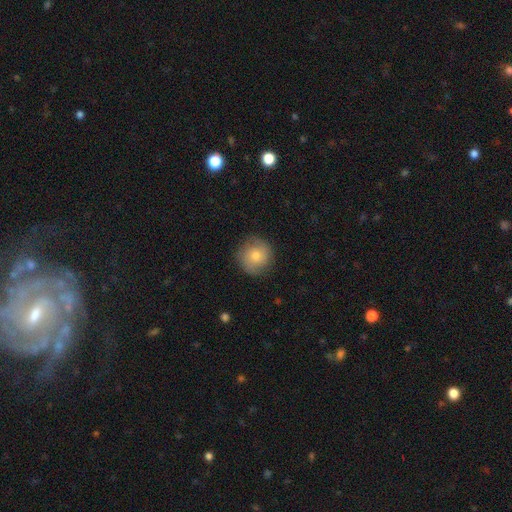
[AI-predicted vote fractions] Smooth or featured?
  - smooth: 70% *
  - featured or disk: 22%
  - star or artifact: 8%
How rounded?
  - round: 93% *
  - in between: 6%
  - cigar-shaped: 1%
Merging?
  - none: 84% *
  - minor disturbance: 11%
  - major disturbance: 3%
  - merger: 1%